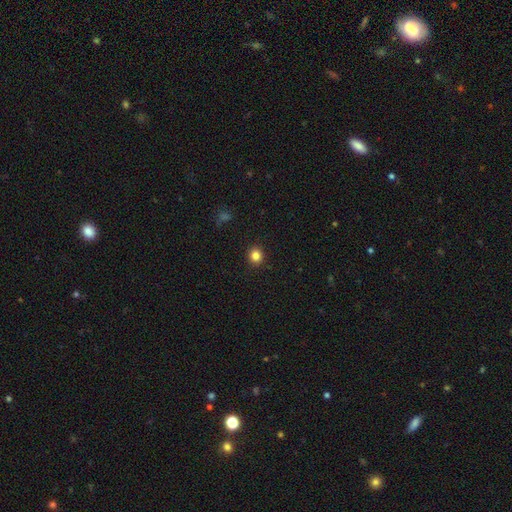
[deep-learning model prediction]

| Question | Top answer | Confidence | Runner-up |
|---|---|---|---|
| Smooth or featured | smooth | 84% | star or artifact (11%) |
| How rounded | round | 85% | in between (14%) |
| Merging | none | 91% | minor disturbance (6%) |